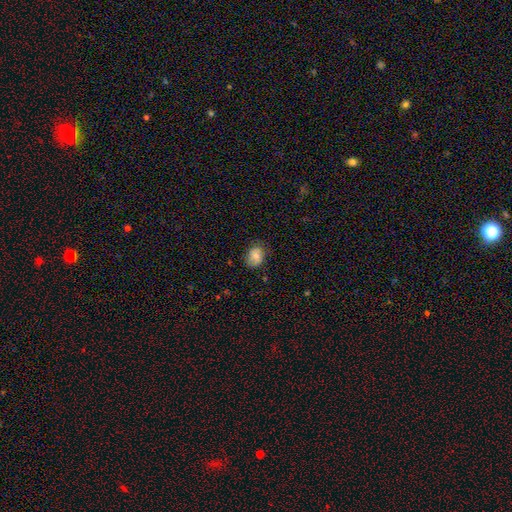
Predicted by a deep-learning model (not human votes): A smooth galaxy with no disk features (74%) that is in between round and cigar-shaped (55%). Merging: none (70%).